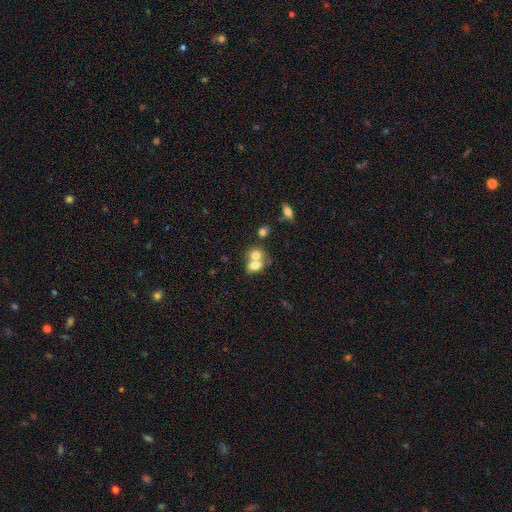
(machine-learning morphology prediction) This appears to be a smooth galaxy with no disk features (71%) that is in between round and cigar-shaped (57%). Merging: merger (65%).